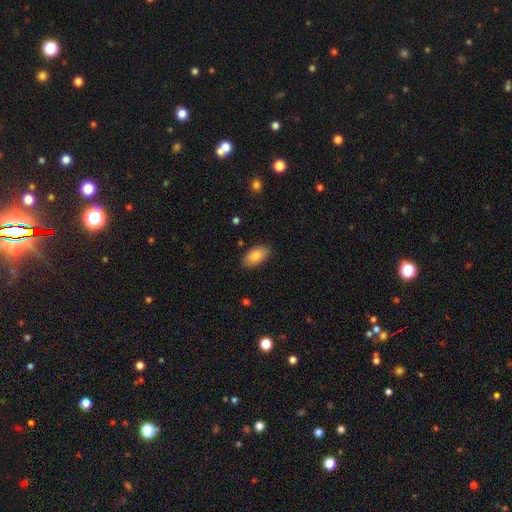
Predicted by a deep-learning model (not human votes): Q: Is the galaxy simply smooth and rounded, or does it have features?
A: smooth — 86%.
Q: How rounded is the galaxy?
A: in between — 94%.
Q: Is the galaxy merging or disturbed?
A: none — 85%.